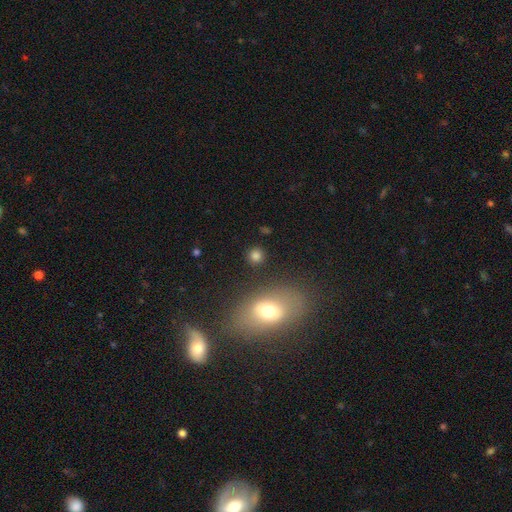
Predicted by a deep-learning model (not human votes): smooth_or_featured: smooth (p=0.80) [alt: star or artifact p=0.14]
how_rounded: round (p=0.88) [alt: in between p=0.10]
merging: none (p=0.87) [alt: minor disturbance p=0.07]